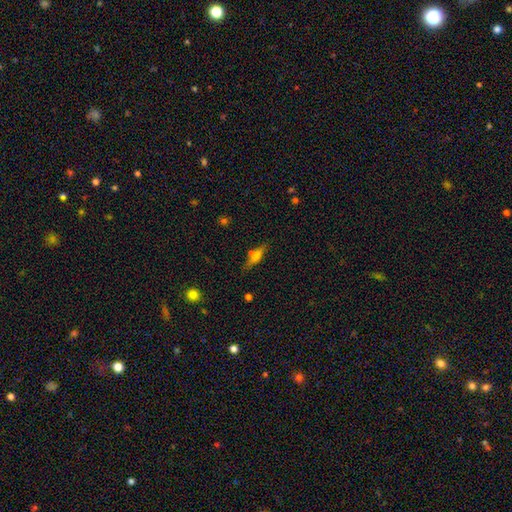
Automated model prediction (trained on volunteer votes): Smooth or featured: smooth — 50% (featured or disk — 39%)
How rounded: cigar-shaped — 53% (in between — 42%)
Merging: none — 73% (minor disturbance — 17%)